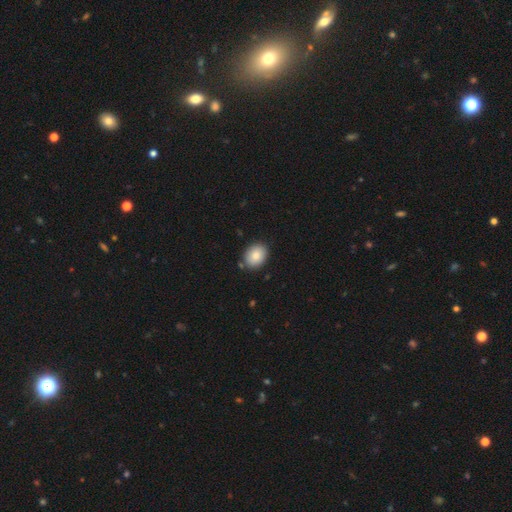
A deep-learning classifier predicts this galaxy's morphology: Q: Smooth or featured?
A: smooth (84%); runner-up: featured or disk (8%)
Q: How rounded?
A: in between (59%); runner-up: round (40%)
Q: Merging?
A: none (85%); runner-up: minor disturbance (11%)